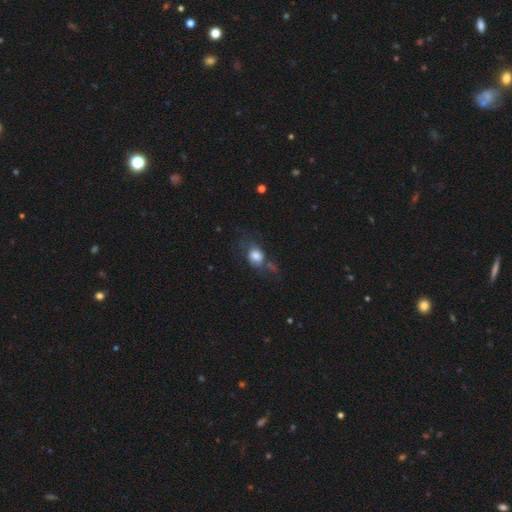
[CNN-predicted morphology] smooth 69%, featured or disk 21%, star or artifact 10%. Down the decision tree: how rounded — in between (60%); merging — none (39%).